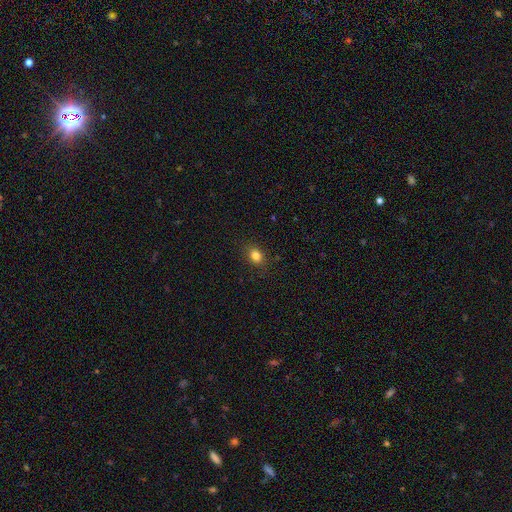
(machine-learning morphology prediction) Q: Smooth or featured?
A: smooth (82%); runner-up: star or artifact (12%)
Q: How rounded?
A: in between (51%); runner-up: round (47%)
Q: Merging?
A: none (87%); runner-up: minor disturbance (10%)